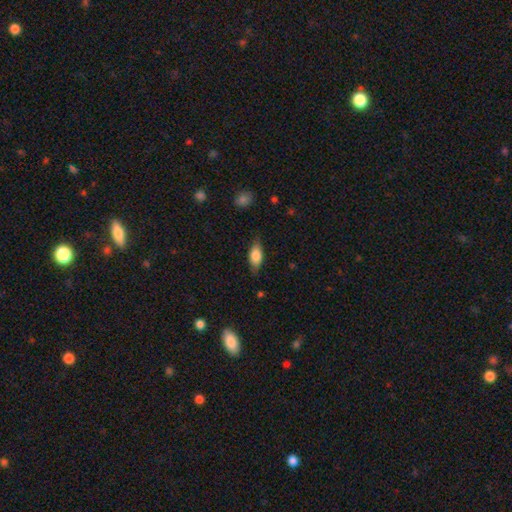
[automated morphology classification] Smooth or featured?
  - smooth: 77% *
  - featured or disk: 16%
  - star or artifact: 7%
How rounded?
  - in between: 83% *
  - cigar-shaped: 13%
  - round: 3%
Merging?
  - none: 77% *
  - minor disturbance: 18%
  - major disturbance: 4%
  - merger: 1%